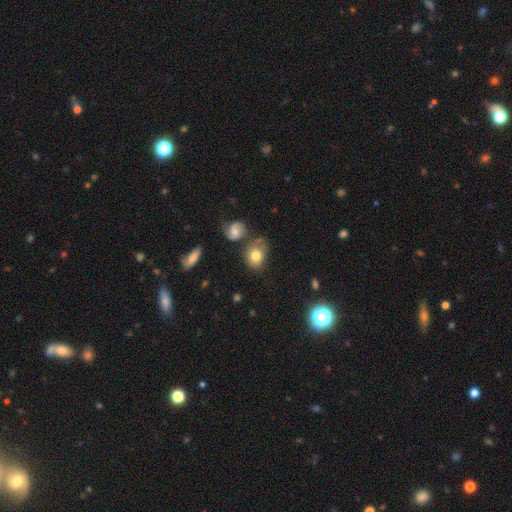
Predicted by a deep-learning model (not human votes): Morphology: type=smooth (74%); roundness=round (50%); merging=none (55%).